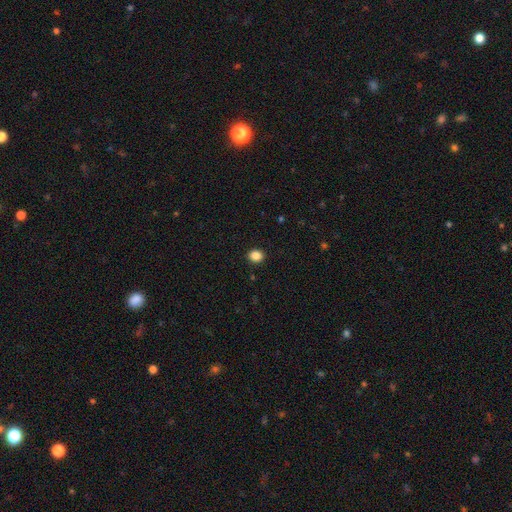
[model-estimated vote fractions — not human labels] Smooth or featured?
  - smooth: 87% *
  - star or artifact: 10%
  - featured or disk: 3%
How rounded?
  - round: 65% *
  - in between: 34%
  - cigar-shaped: 1%
Merging?
  - none: 92% *
  - minor disturbance: 5%
  - major disturbance: 2%
  - merger: 1%